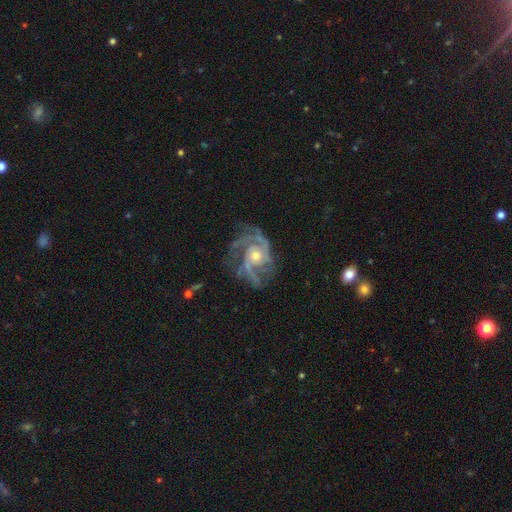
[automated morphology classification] This appears to be a featured or disk galaxy (89%) with no bar (70%), 3 (39%) medium (46%) spiral arms (97%) and a moderate central bulge (54%). Merging: none (63%).